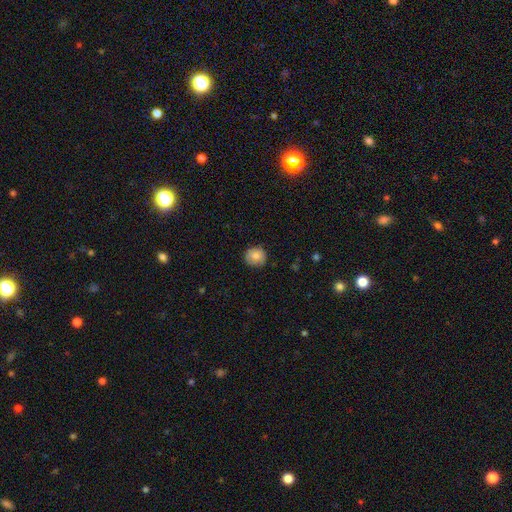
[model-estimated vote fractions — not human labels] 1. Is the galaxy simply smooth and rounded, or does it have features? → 78% smooth, 14% featured or disk, 8% star or artifact.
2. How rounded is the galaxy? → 89% round, 10% in between, 1% cigar-shaped.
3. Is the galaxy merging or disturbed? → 80% none, 16% minor disturbance, 3% major disturbance, 1% merger.